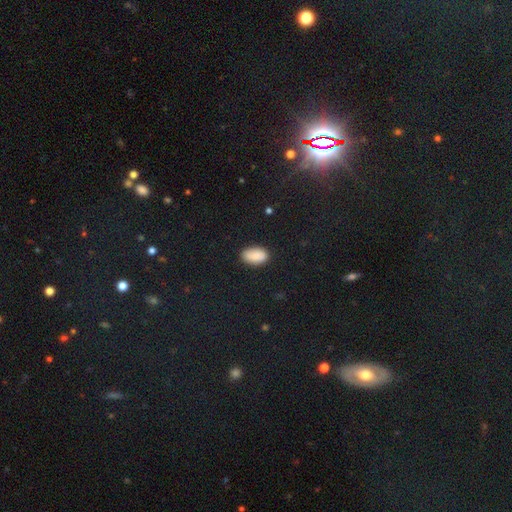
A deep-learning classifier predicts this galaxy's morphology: smooth-or-featured: smooth: 88% | star or artifact: 8% | featured or disk: 5%
  how-rounded: in between: 94% | round: 4% | cigar-shaped: 2%
  merging: none: 85% | minor disturbance: 11% | major disturbance: 2% | merger: 1%